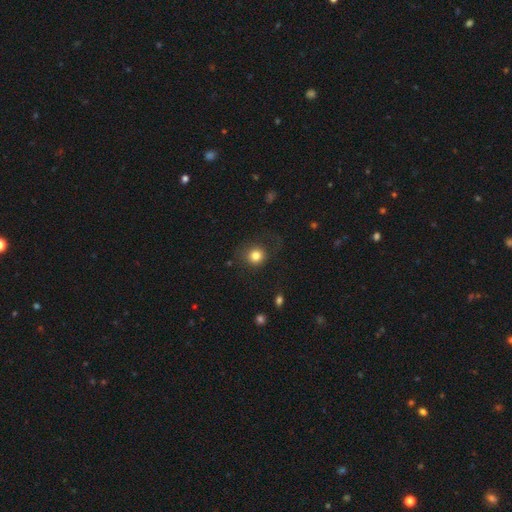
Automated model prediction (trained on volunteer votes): This is clearly a smooth galaxy (82%). How rounded: clearly round (88%). Merging: likely none (72%).